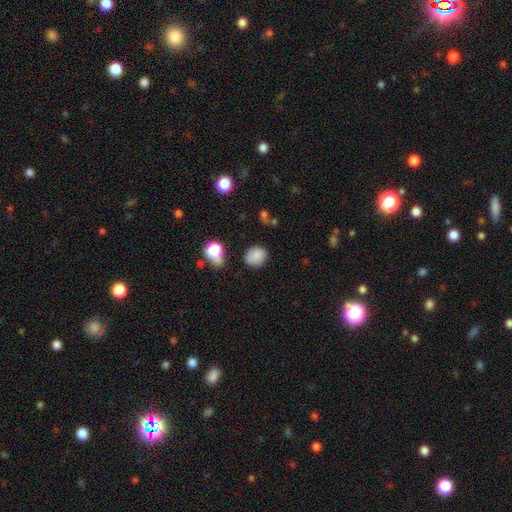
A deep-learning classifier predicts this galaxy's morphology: Overall: smooth (82%). How rounded: round (70%). Merging: none (75%).